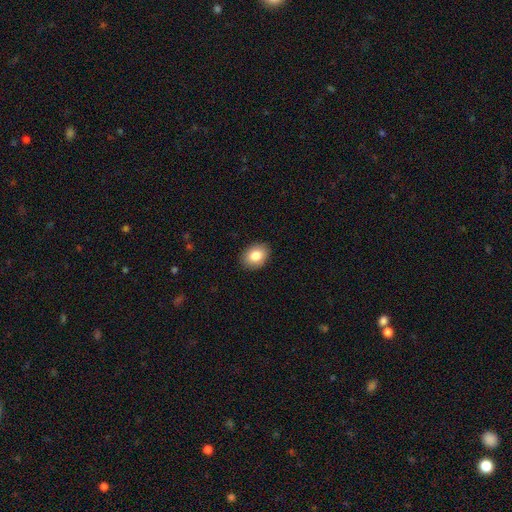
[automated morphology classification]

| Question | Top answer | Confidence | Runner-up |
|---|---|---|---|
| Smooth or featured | smooth | 84% | featured or disk (8%) |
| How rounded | in between | 67% | round (33%) |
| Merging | none | 89% | minor disturbance (8%) |